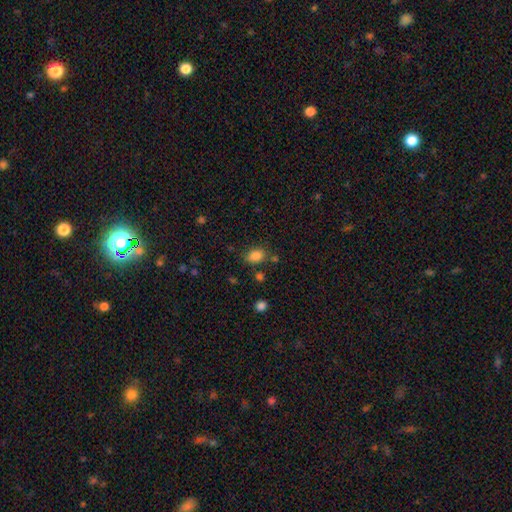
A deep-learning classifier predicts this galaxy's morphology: This appears to be a smooth galaxy with no disk features (84%) that is in between round and cigar-shaped (70%). Merging: none (75%).